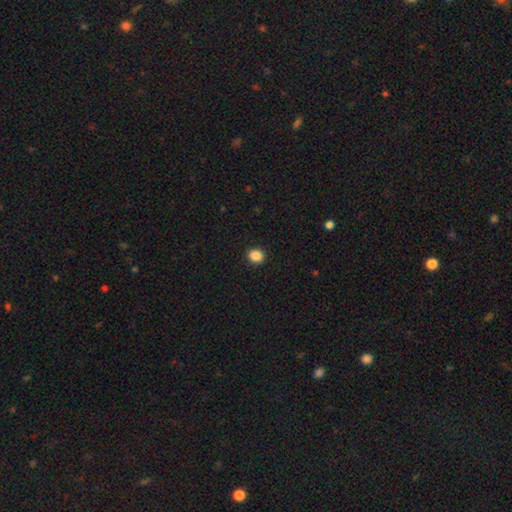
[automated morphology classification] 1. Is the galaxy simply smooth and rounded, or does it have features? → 88% smooth, 10% star or artifact, 3% featured or disk.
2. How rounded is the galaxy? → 66% round, 33% in between, 1% cigar-shaped.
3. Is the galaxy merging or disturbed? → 92% none, 6% minor disturbance, 2% major disturbance, 1% merger.